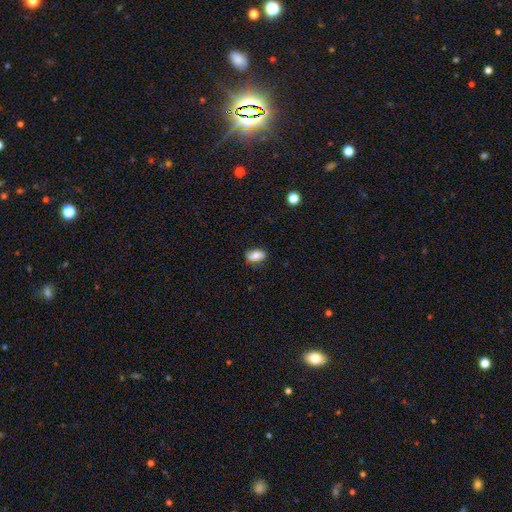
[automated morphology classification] Smooth or featured? Predicted: smooth (p=0.79). How rounded? Predicted: in between (p=0.85). Merging? Predicted: none (p=0.68).